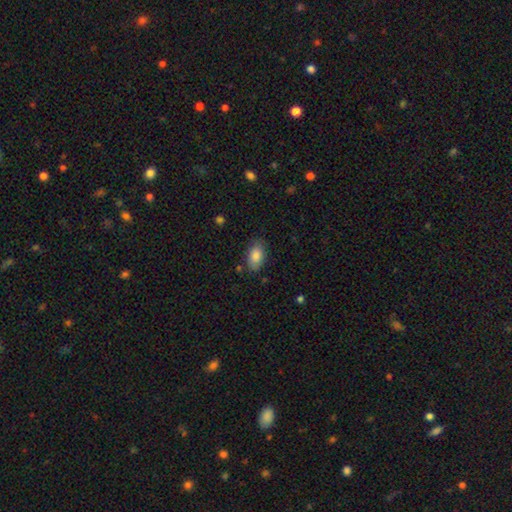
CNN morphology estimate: Smooth or featured: smooth — 86% (featured or disk — 7%)
How rounded: in between — 92% (round — 6%)
Merging: none — 80% (minor disturbance — 15%)